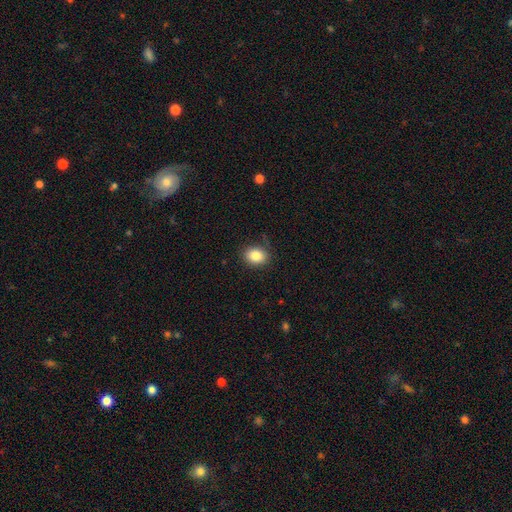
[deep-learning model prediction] Smooth or featured? Predicted: smooth (p=0.85). How rounded? Predicted: in between (p=0.57). Merging? Predicted: none (p=0.84).